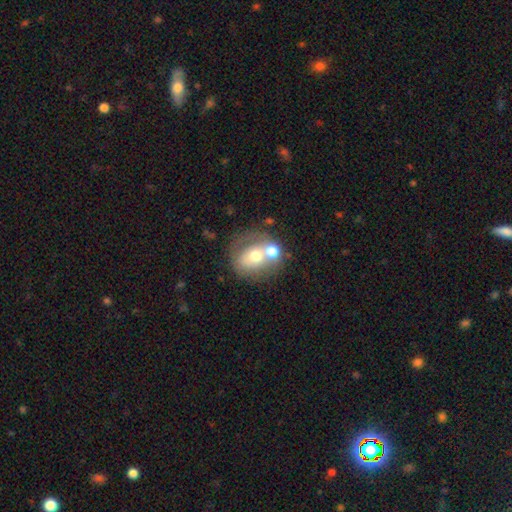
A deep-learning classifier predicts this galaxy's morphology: smooth 55%, featured or disk 36%, star or artifact 9%. Down the decision tree: how rounded — round (64%); merging — merger (45%).